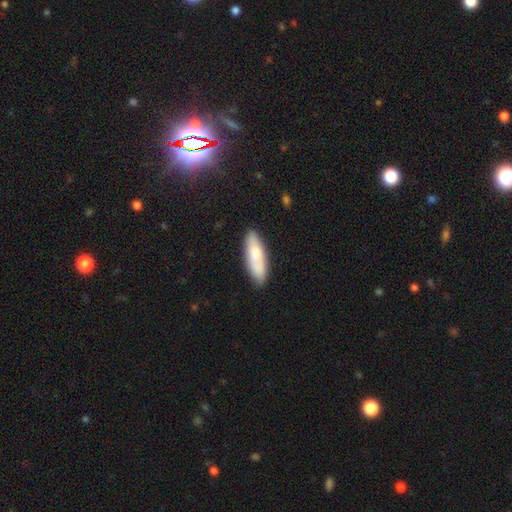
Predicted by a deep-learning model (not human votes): The model was most divided on "how rounded": in between: 54%, cigar-shaped: 44%, round: 2%. More confident: merging — none (83%); smooth or featured — smooth (71%).